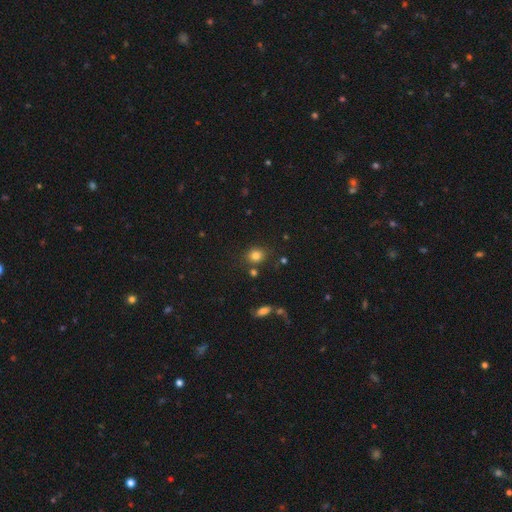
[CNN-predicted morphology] smooth_or_featured: smooth (p=0.81) [alt: star or artifact p=0.13]
how_rounded: round (p=0.74) [alt: in between p=0.25]
merging: none (p=0.79) [alt: minor disturbance p=0.11]